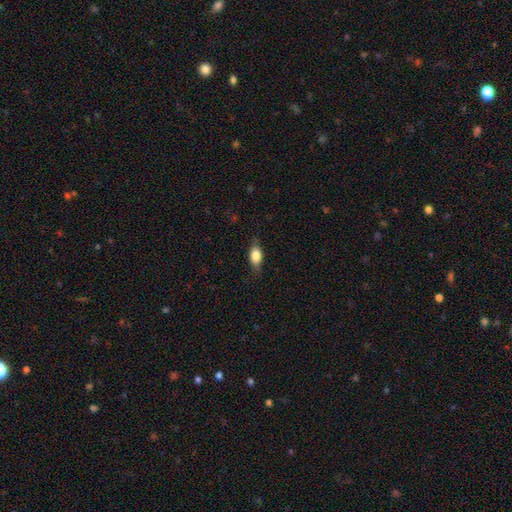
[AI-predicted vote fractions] The model was most divided on "smooth or featured": smooth: 76%, featured or disk: 16%, star or artifact: 8%. More confident: how rounded — in between (81%); merging — none (80%).